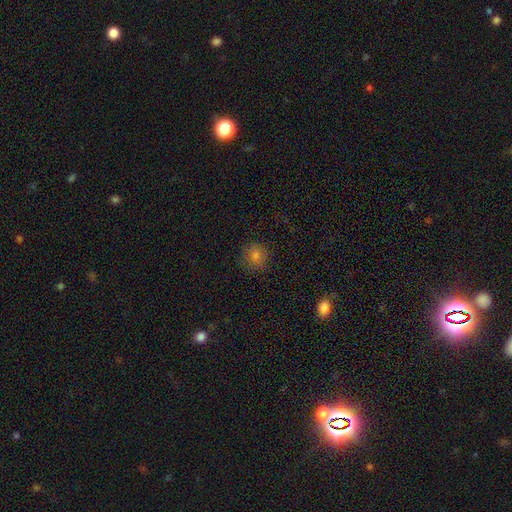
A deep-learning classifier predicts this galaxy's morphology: Smooth or featured? smooth (74%)
How rounded? round (89%)
Merging? none (85%)